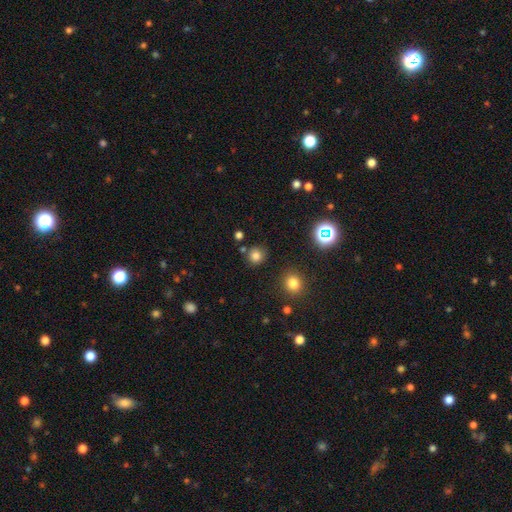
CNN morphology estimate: Smooth or featured?
  - smooth: 78% *
  - star or artifact: 17%
  - featured or disk: 5%
How rounded?
  - round: 90% *
  - in between: 9%
  - cigar-shaped: 1%
Merging?
  - none: 82% *
  - minor disturbance: 9%
  - merger: 6%
  - major disturbance: 3%